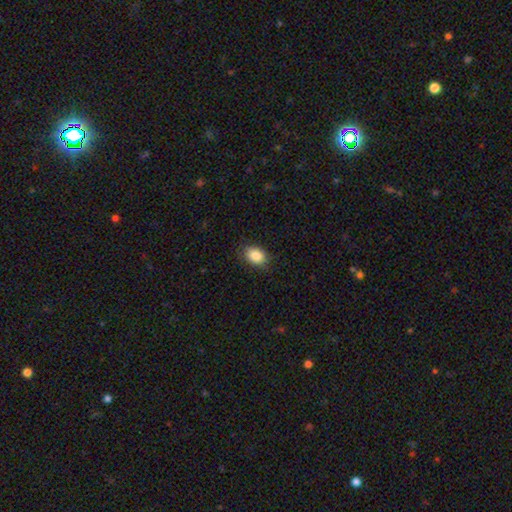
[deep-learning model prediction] A smooth galaxy with no disk features (87%) that is in between round and cigar-shaped (76%). Merging: none (84%).